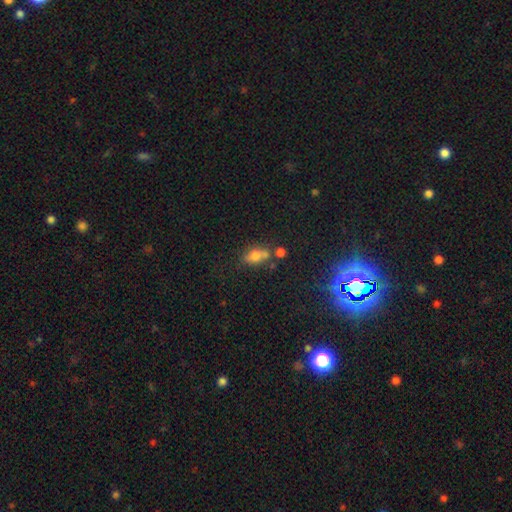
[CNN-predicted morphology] Smooth or featured?
  - smooth: 68% *
  - star or artifact: 16%
  - featured or disk: 16%
How rounded?
  - in between: 75% *
  - round: 19%
  - cigar-shaped: 6%
Merging?
  - none: 48% *
  - merger: 30%
  - minor disturbance: 16%
  - major disturbance: 6%